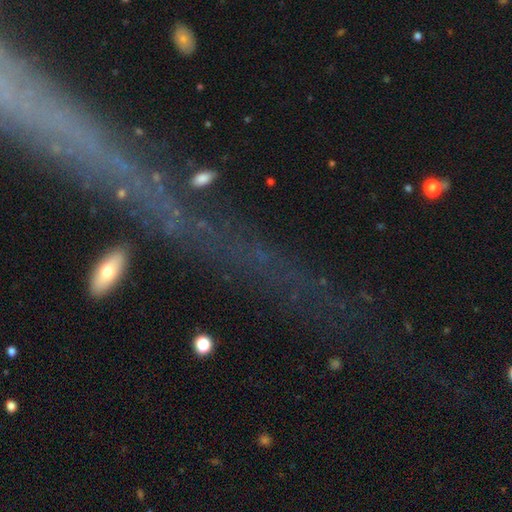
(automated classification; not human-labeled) This appears to be a star or artifact, not a galaxy (39%).